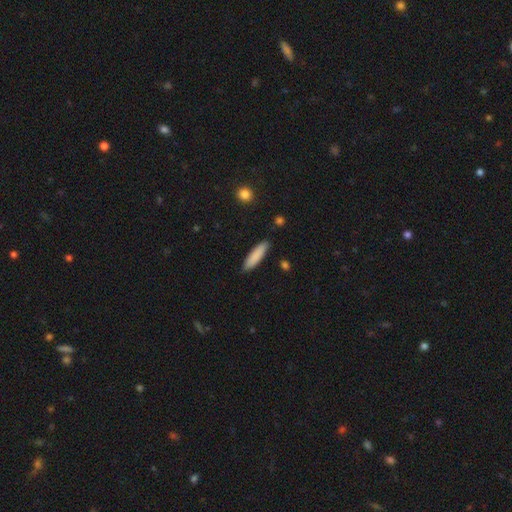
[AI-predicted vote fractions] The model was most divided on "how rounded": cigar-shaped: 72%, in between: 27%, round: 1%. More confident: merging — none (88%); smooth or featured — smooth (86%).